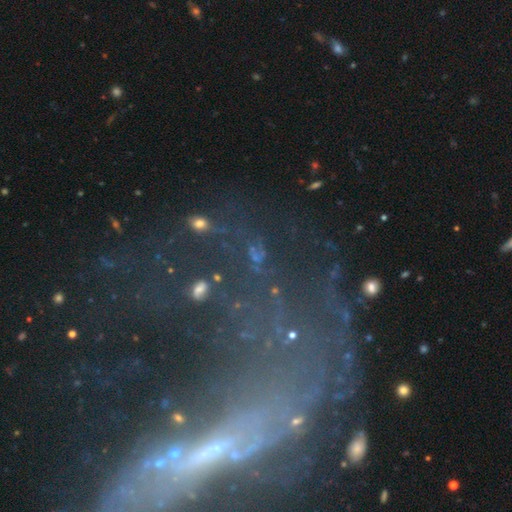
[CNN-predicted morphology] The model was most divided on "smooth or featured": star or artifact: 52%, smooth: 26%, featured or disk: 22%.